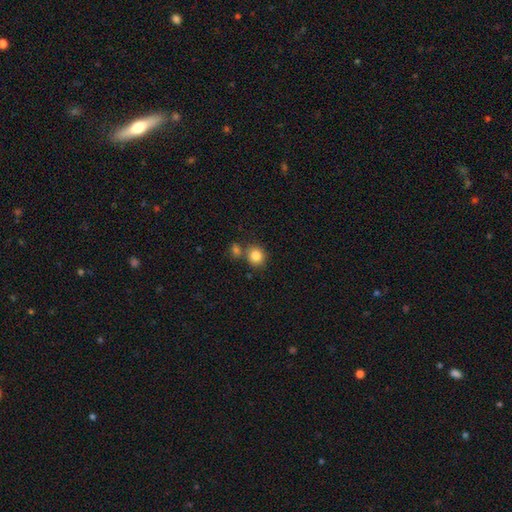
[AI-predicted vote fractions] Smooth or featured? smooth (83%)
How rounded? round (85%)
Merging? none (65%)